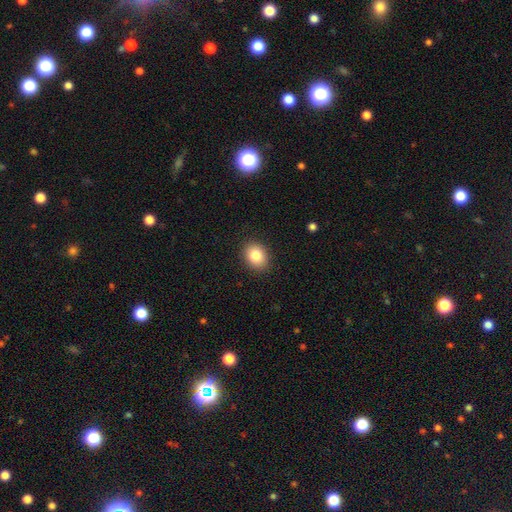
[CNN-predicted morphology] smooth_or_featured: smooth (p=0.84) [alt: star or artifact p=0.09]
how_rounded: in between (p=0.53) [alt: round p=0.46]
merging: none (p=0.90) [alt: minor disturbance p=0.07]